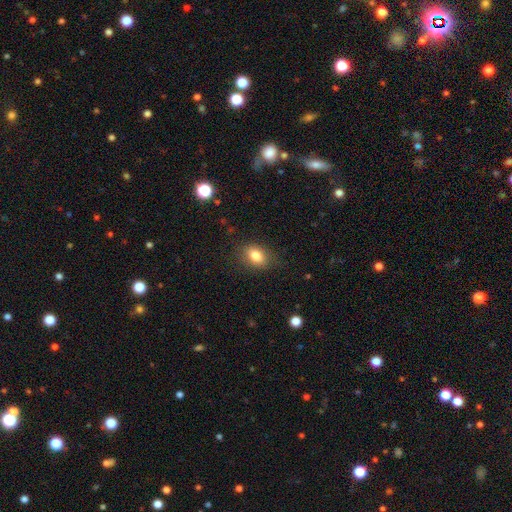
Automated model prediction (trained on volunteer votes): smooth_or_featured: smooth (p=0.82) [alt: star or artifact p=0.09]
how_rounded: in between (p=0.74) [alt: round p=0.24]
merging: none (p=0.80) [alt: minor disturbance p=0.15]